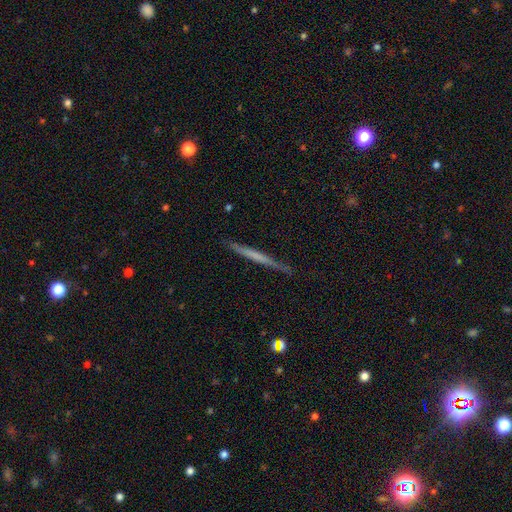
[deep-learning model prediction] Smooth or featured: featured or disk — 51% (smooth — 44%)
Edge-on disk: yes — 97% (no — 3%)
Merging: none — 89% (minor disturbance — 9%)